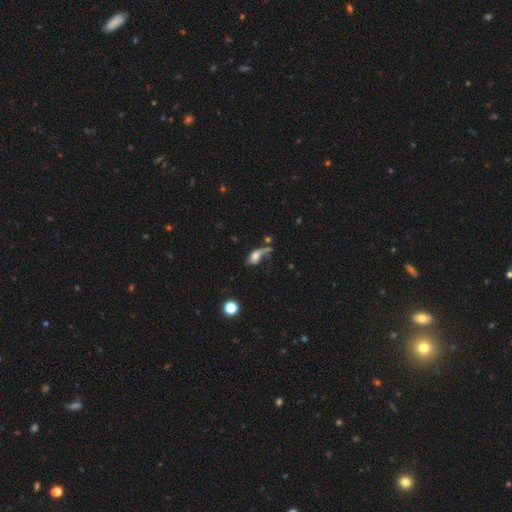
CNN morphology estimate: smooth 45%, featured or disk 44%, star or artifact 11%. Down the decision tree: merging — major disturbance (35%).